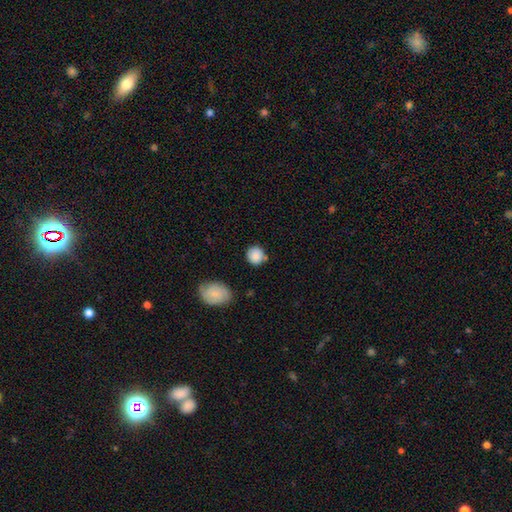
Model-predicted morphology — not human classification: Smooth or featured: smooth — 86% (star or artifact — 8%)
How rounded: round — 86% (in between — 13%)
Merging: none — 76% (minor disturbance — 15%)